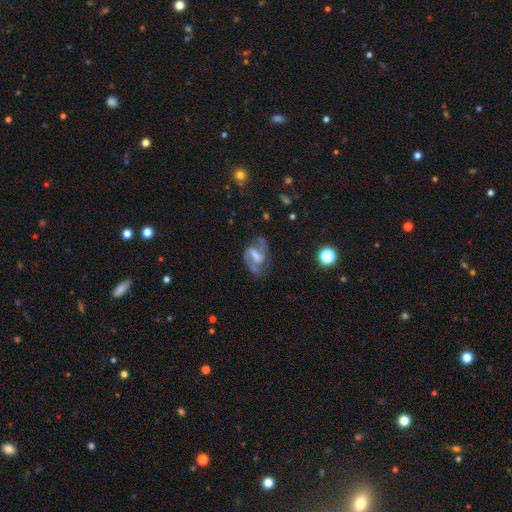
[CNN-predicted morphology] Smooth or featured? Predicted: featured or disk (p=0.79). Edge-on disk? Predicted: no (p=0.97). Bar? Predicted: weak (p=0.43, tied with strong). Spiral arms? Predicted: yes (p=0.91). Spiral winding? Predicted: medium (p=0.53). Spiral arm count? Predicted: 2 (p=0.85). Bulge size? Predicted: moderate (p=0.32). Merging? Predicted: none (p=0.61).